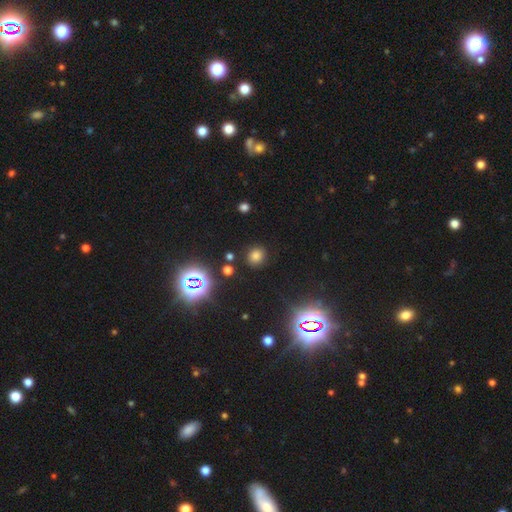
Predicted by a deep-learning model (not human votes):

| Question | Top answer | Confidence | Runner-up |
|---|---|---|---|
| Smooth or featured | smooth | 67% | star or artifact (26%) |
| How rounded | round | 83% | in between (16%) |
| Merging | none | 86% | minor disturbance (9%) |